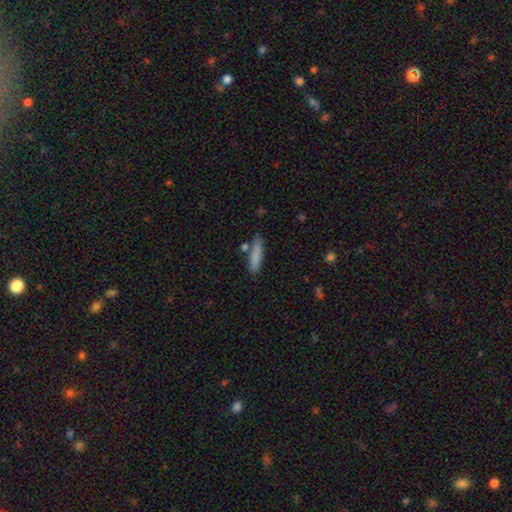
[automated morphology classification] Overall: smooth (82%). How rounded: cigar-shaped (82%). Merging: none (76%).